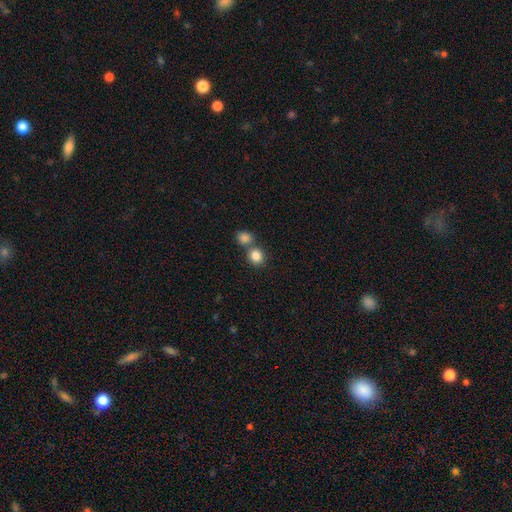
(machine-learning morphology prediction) smooth-or-featured: smooth: 85% | star or artifact: 10% | featured or disk: 6%
  how-rounded: round: 76% | in between: 23% | cigar-shaped: 1%
  merging: none: 51% | merger: 39% | minor disturbance: 7% | major disturbance: 3%